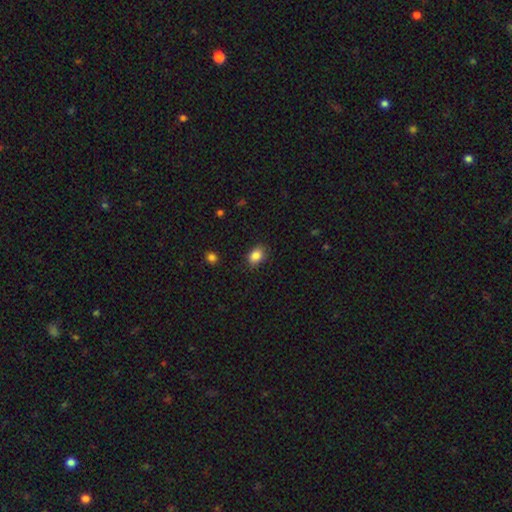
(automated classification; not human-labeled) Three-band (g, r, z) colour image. It shows a smooth galaxy with no disk features (86%) that is in between round and cigar-shaped (72%). Merging: none (83%).